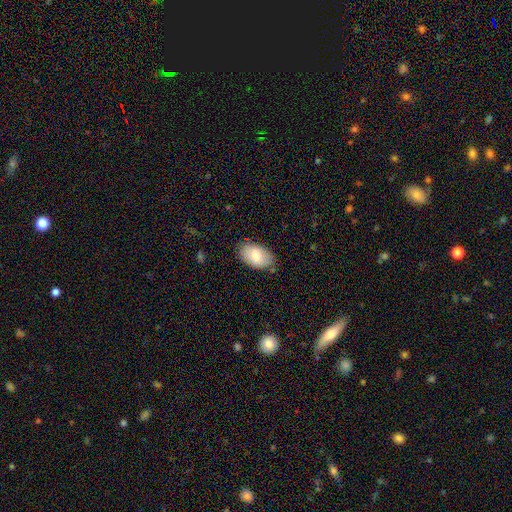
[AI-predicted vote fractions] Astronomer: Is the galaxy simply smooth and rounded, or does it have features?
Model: smooth — 79%.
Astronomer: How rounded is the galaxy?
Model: in between — 94%.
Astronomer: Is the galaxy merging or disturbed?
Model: none — 80%.